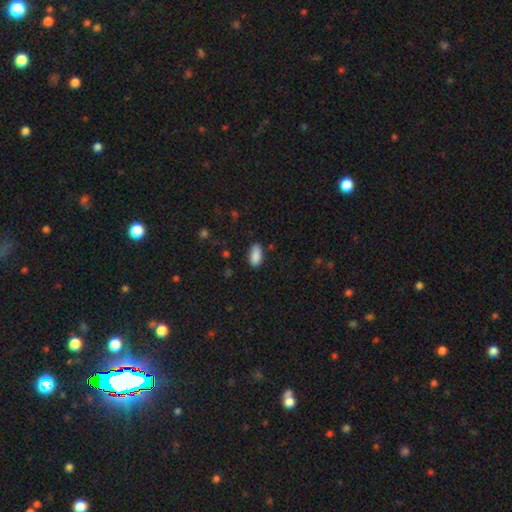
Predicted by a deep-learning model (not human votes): smooth_or_featured: smooth (p=0.89) [alt: star or artifact p=0.07]
how_rounded: in between (p=0.90) [alt: cigar-shaped p=0.08]
merging: none (p=0.81) [alt: minor disturbance p=0.15]